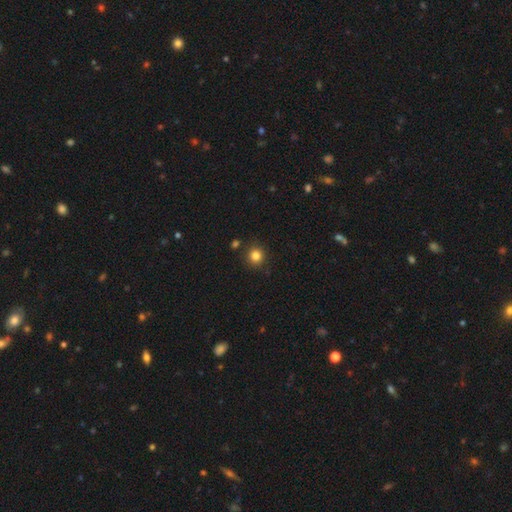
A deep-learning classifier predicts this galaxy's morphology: smooth_or_featured: smooth (p=0.82) [alt: star or artifact p=0.13]
how_rounded: round (p=0.91) [alt: in between p=0.08]
merging: none (p=0.87) [alt: minor disturbance p=0.07]